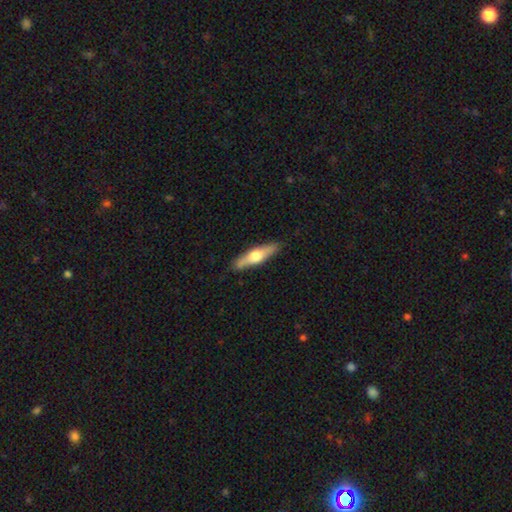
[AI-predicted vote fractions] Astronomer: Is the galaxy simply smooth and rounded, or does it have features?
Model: smooth — 48% (runner-up: featured or disk, 47%).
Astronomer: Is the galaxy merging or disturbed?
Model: none — 87%.